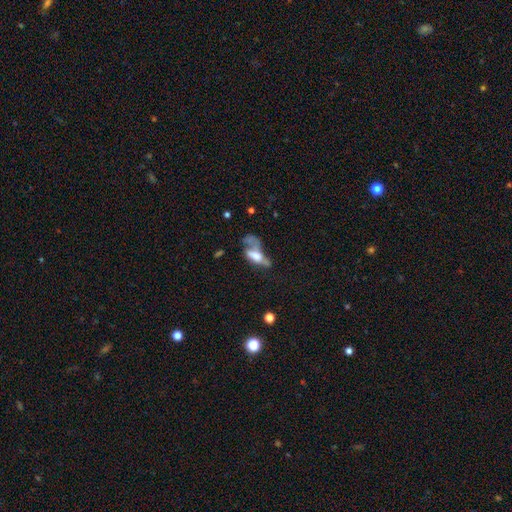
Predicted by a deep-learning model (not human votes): The model was most divided on "smooth or featured": smooth: 47%, featured or disk: 41%, star or artifact: 12%. Remaining: merging — major disturbance (45%).